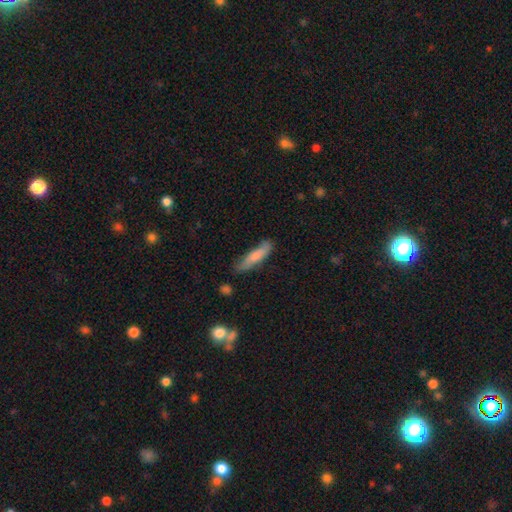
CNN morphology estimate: Smooth or featured?
  - smooth: 73% *
  - featured or disk: 21%
  - star or artifact: 6%
How rounded?
  - cigar-shaped: 77% *
  - in between: 21%
  - round: 2%
Merging?
  - none: 70% *
  - minor disturbance: 23%
  - major disturbance: 5%
  - merger: 3%